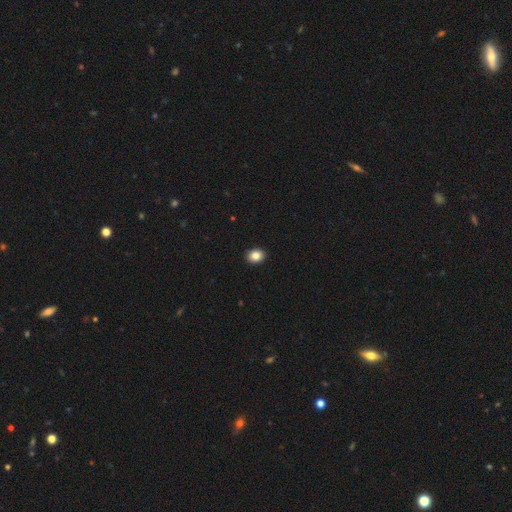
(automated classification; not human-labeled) Smooth or featured? Predicted: smooth (p=0.85). How rounded? Predicted: in between (p=0.57). Merging? Predicted: none (p=0.92).